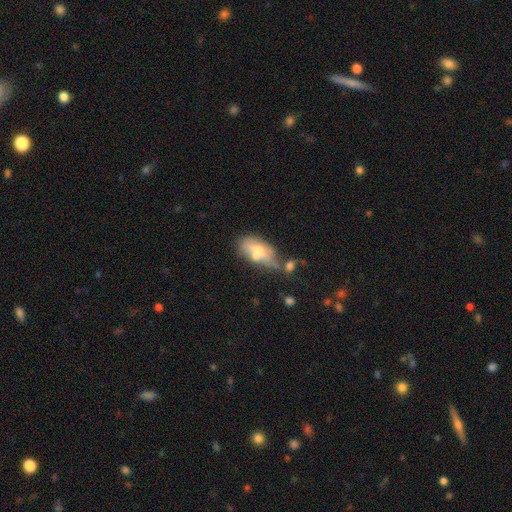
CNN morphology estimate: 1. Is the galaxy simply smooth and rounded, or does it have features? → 52% smooth, 39% featured or disk, 9% star or artifact.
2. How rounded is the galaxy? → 85% in between, 10% cigar-shaped, 5% round.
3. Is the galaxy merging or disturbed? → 33% merger, 30% none, 21% minor disturbance, 16% major disturbance.